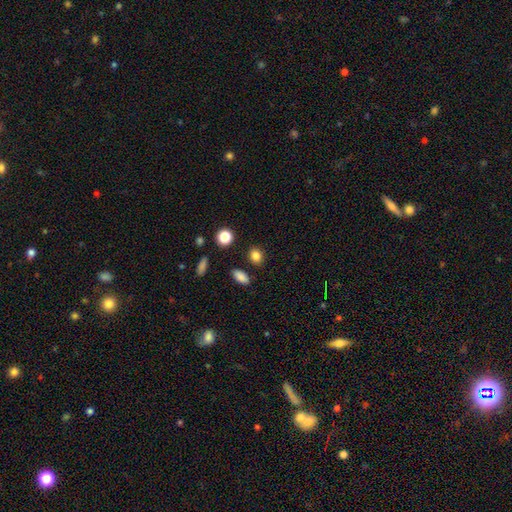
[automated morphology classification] A smooth galaxy with no disk features (84%) that is round (59%). Merging: none (86%).